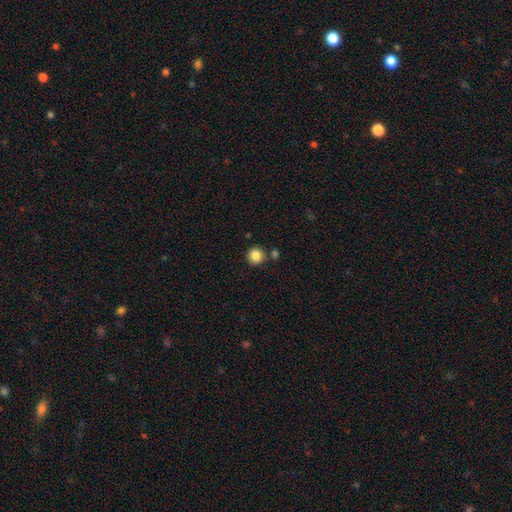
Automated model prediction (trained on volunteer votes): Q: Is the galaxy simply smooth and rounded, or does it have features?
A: smooth — 86%.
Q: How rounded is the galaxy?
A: round — 94%.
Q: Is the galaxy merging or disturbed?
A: none — 84%.